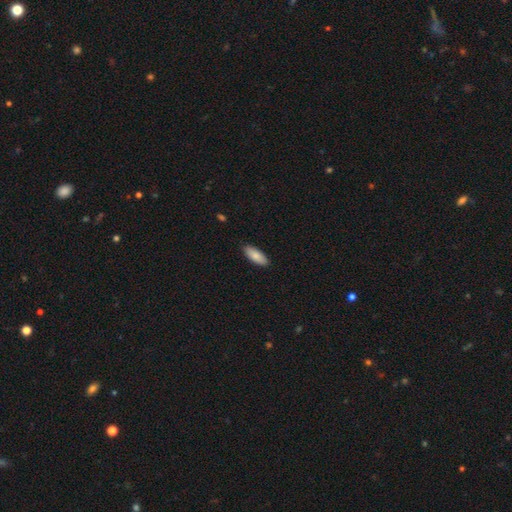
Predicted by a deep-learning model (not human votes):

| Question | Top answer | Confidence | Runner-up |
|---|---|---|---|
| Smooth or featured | smooth | 85% | featured or disk (9%) |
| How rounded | in between | 78% | cigar-shaped (20%) |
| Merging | none | 87% | minor disturbance (10%) |